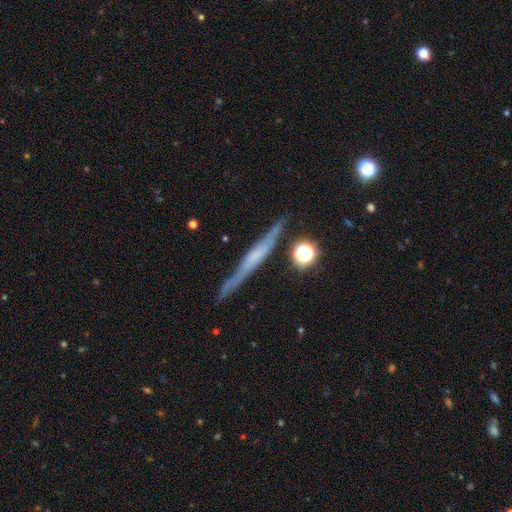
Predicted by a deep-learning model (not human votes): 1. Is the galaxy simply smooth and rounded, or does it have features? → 66% featured or disk, 26% smooth, 8% star or artifact.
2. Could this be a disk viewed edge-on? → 96% yes, 4% no.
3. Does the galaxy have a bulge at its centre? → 51% none, 28% rounded, 21% boxy.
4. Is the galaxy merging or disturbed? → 85% none, 10% minor disturbance, 3% merger, 2% major disturbance.